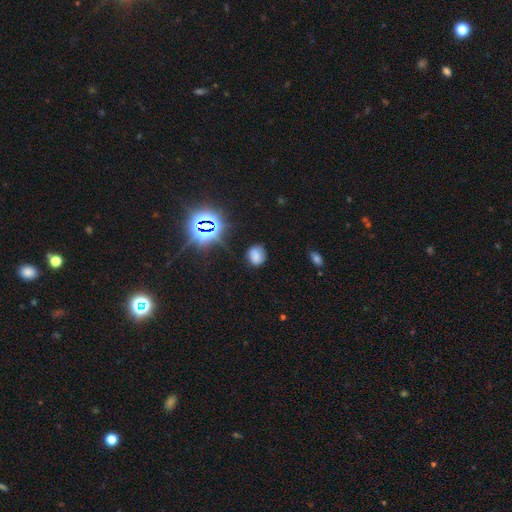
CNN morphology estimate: A smooth galaxy with no disk features (66%) that is round (58%).

Vote fractions:
- Smooth or featured? smooth: 66% / star or artifact: 23% / featured or disk: 11%
- How rounded? round: 58% / in between: 41% / cigar-shaped: 1%
- Merging? none: 75% / minor disturbance: 18% / major disturbance: 5% / merger: 2%